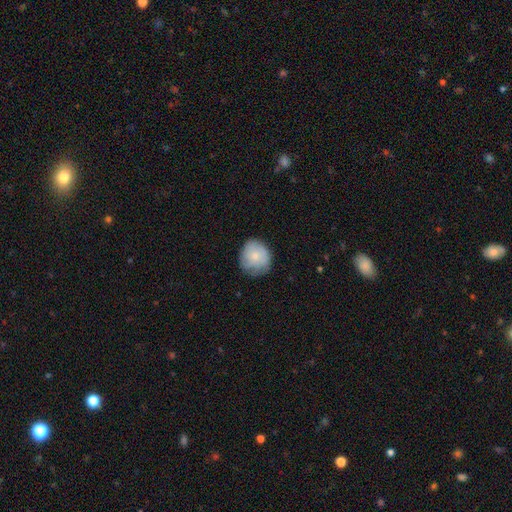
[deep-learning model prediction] Morphology: type=smooth (76%); roundness=round (83%); merging=none (69%).